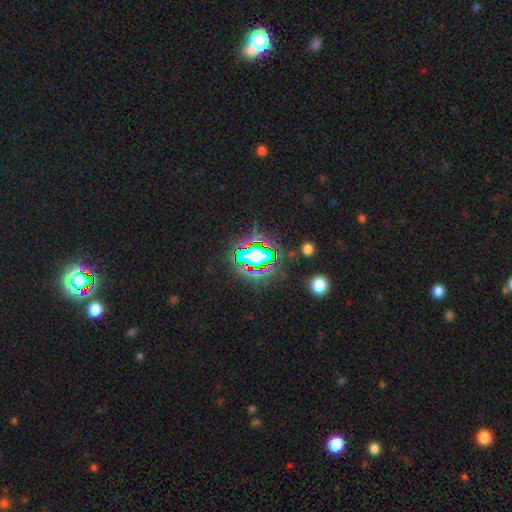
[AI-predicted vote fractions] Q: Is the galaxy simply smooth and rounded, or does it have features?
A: star or artifact — 63%.